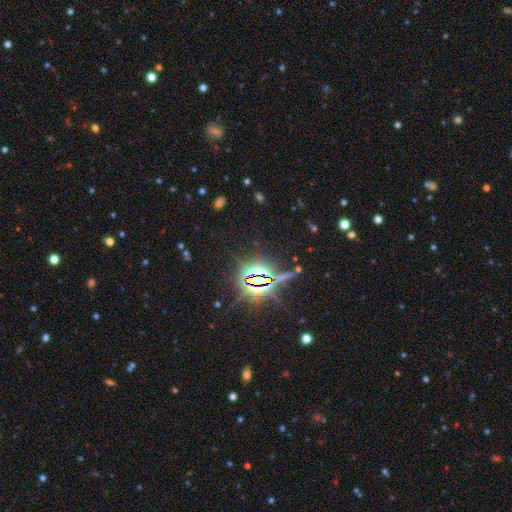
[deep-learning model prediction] A star or artifact, not a galaxy (82%).